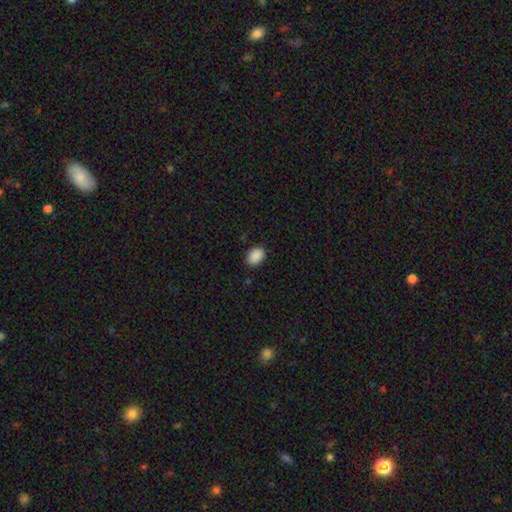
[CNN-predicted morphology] Smooth or featured? Predicted: smooth (p=0.90). How rounded? Predicted: in between (p=0.78). Merging? Predicted: none (p=0.87).